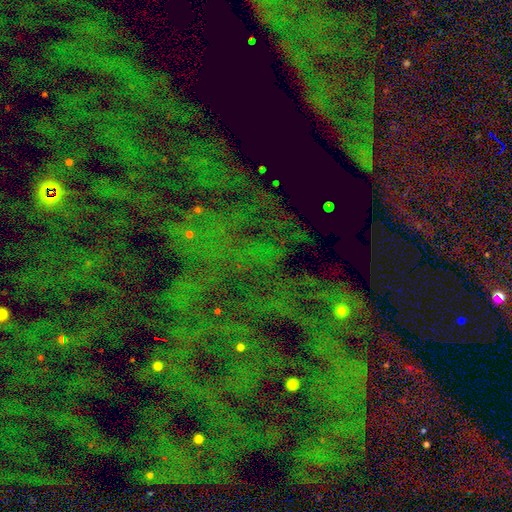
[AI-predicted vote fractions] Overall: star or artifact (82%).